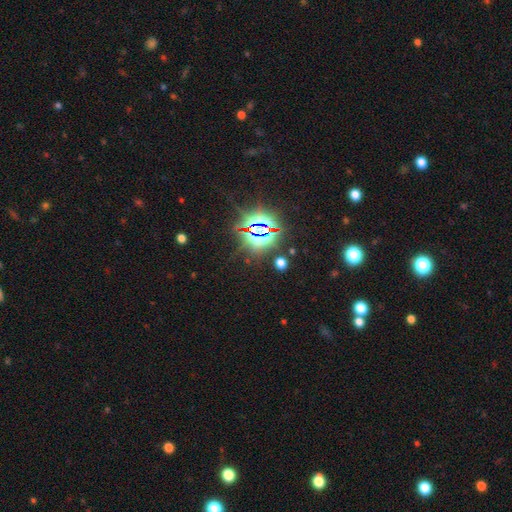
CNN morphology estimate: Smooth or featured: star or artifact — 84% (smooth — 10%)